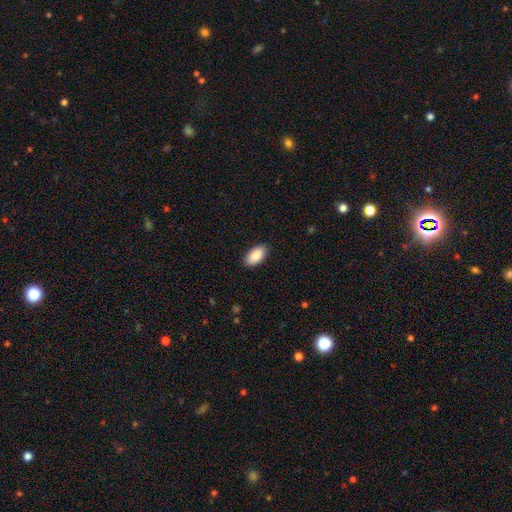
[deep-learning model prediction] smooth-or-featured: smooth: 90% | star or artifact: 6% | featured or disk: 4%
  how-rounded: in between: 95% | cigar-shaped: 3% | round: 3%
  merging: none: 88% | minor disturbance: 9% | major disturbance: 2% | merger: 1%